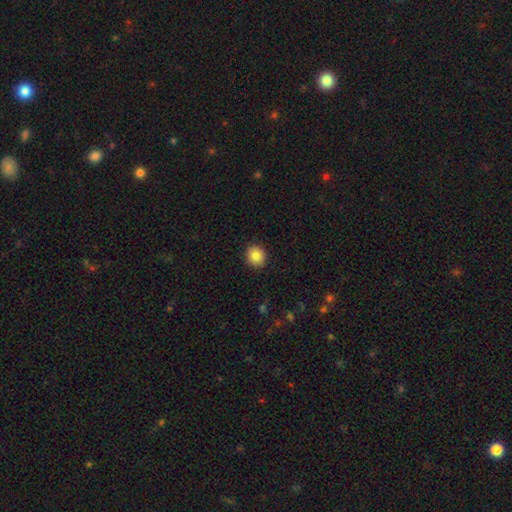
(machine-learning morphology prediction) This appears to be a smooth galaxy with no disk features (86%) that is round (85%). Merging: none (91%).